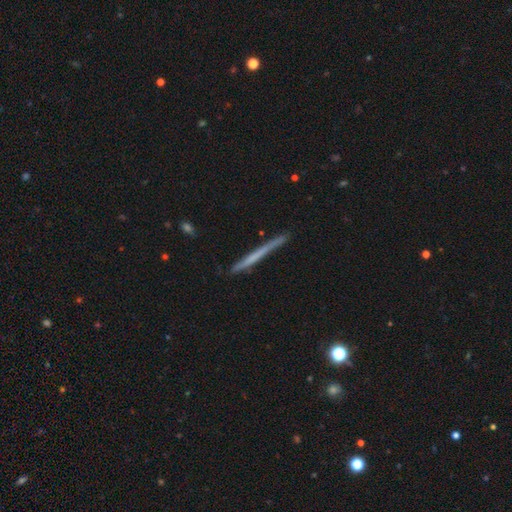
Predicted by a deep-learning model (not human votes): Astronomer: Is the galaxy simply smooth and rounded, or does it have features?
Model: smooth — 49% (runner-up: featured or disk, 45%).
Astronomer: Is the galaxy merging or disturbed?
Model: none — 87%.